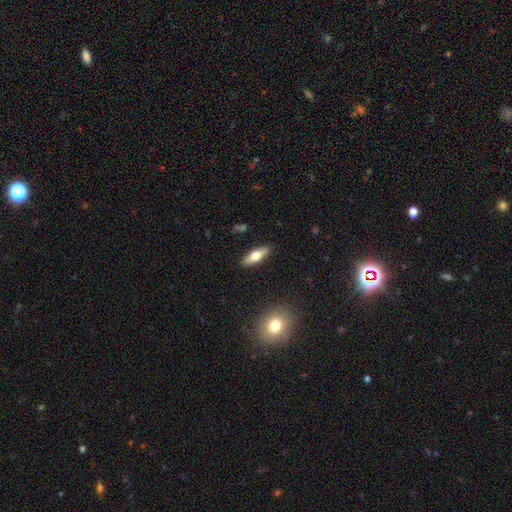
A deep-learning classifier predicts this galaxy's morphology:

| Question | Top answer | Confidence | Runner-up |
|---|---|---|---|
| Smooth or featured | smooth | 55% | featured or disk (39%) |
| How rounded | in between | 50% | cigar-shaped (47%) |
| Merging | none | 89% | minor disturbance (8%) |